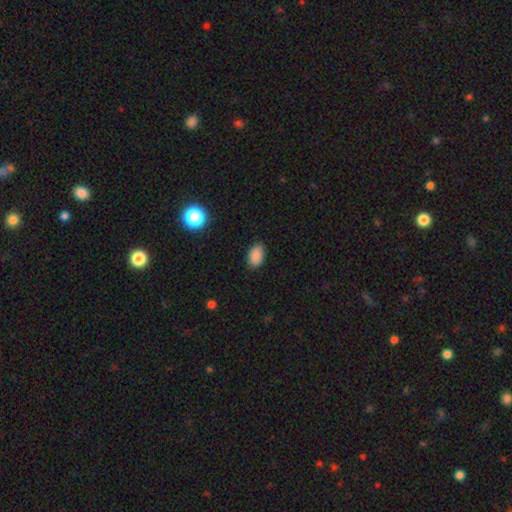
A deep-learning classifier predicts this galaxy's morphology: This appears to be a smooth galaxy with no disk features (87%) that is in between round and cigar-shaped (90%). Merging: none (86%).